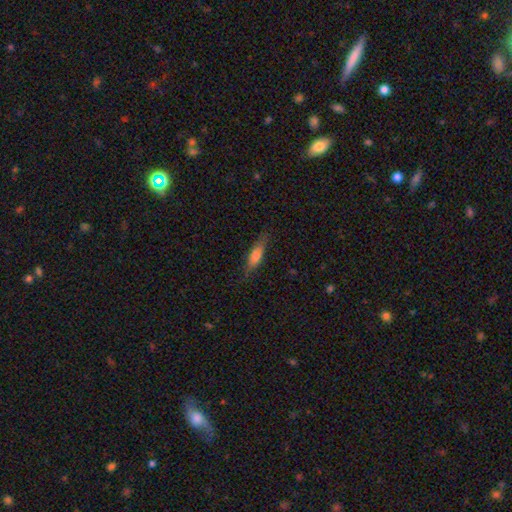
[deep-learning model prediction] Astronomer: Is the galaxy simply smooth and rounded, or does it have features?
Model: smooth — 70%.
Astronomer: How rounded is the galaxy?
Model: cigar-shaped — 58% (runner-up: in between, 40%).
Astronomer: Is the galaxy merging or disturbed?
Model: none — 79%.